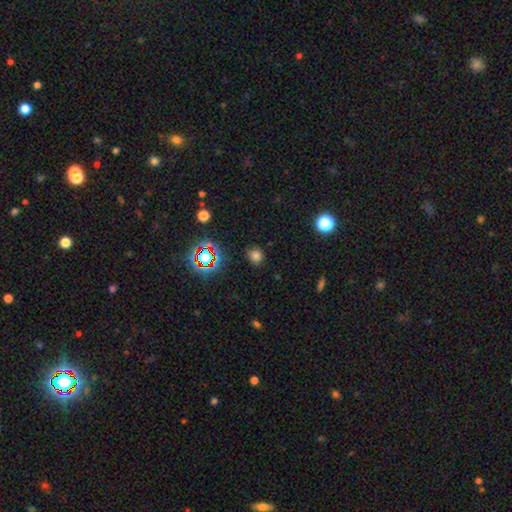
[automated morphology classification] smooth 71%, star or artifact 23%, featured or disk 6%. Down the decision tree: how rounded — round (79%); merging — none (83%).